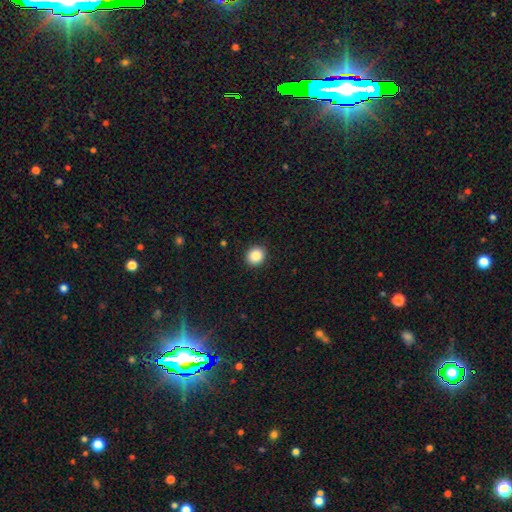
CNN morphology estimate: type=smooth (87%); roundness=round (82%); merging=none (92%).